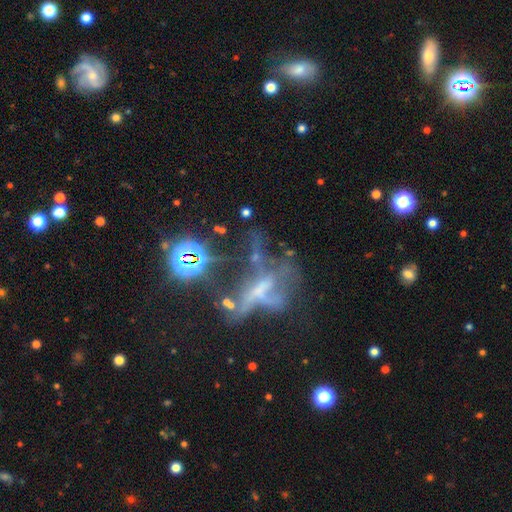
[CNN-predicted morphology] A featured or disk galaxy (45%). Merging: major disturbance (39%).